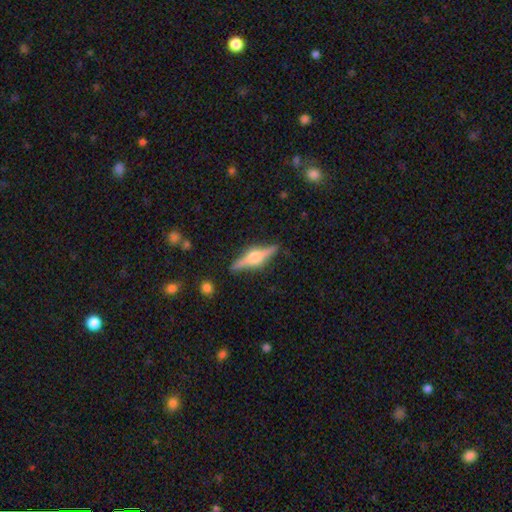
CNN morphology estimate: smooth-or-featured: featured or disk: 75% | smooth: 18% | star or artifact: 7%
  disk-edge-on: yes: 97% | no: 3%
    edge-on-bulge: rounded: 91% | boxy: 8% | none: 2%
  merging: none: 87% | minor disturbance: 9% | major disturbance: 2% | merger: 2%